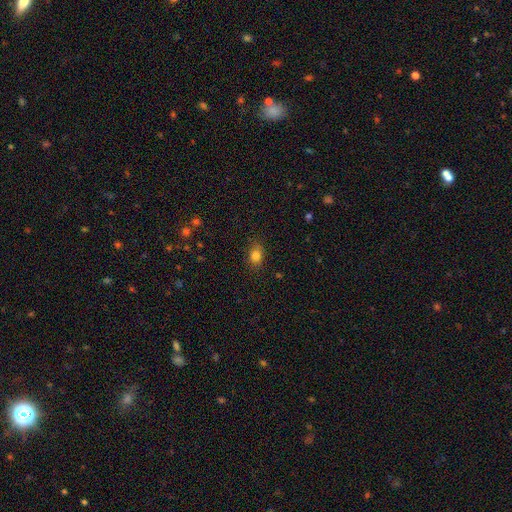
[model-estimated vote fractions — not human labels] A smooth galaxy with no disk features (81%) that is in between round and cigar-shaped (66%).

Vote fractions:
- Smooth or featured? smooth: 81% / star or artifact: 12% / featured or disk: 7%
- How rounded? in between: 66% / round: 33% / cigar-shaped: 2%
- Merging? none: 82% / minor disturbance: 13% / major disturbance: 3% / merger: 1%